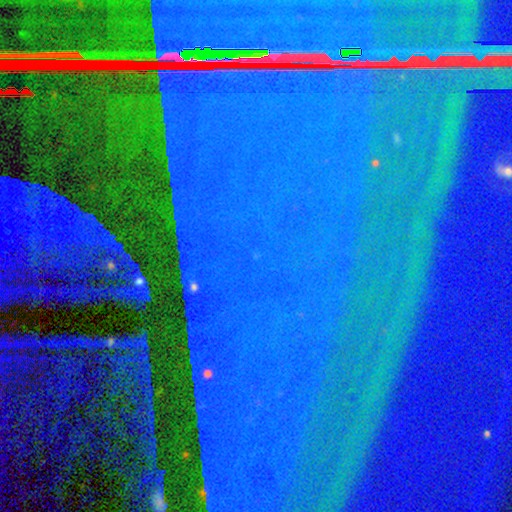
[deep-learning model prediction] smooth-or-featured: star or artifact: 90% | featured or disk: 6% | smooth: 4%